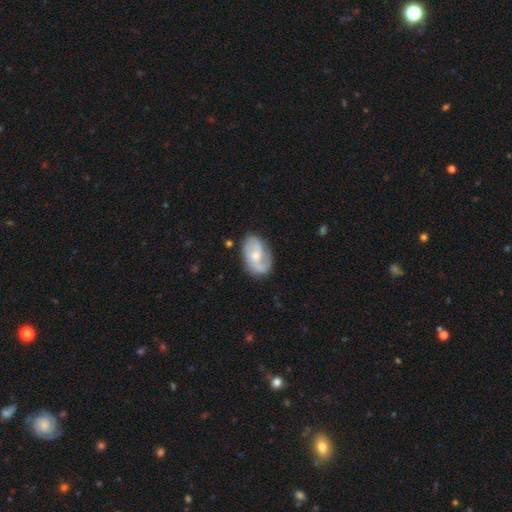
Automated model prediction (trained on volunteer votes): Morphology: type=featured or disk (67%); edge-on=no (96%); bar=no (57%); spiral arms=yes (86%); winding=medium (43%); arm count=2 (72%); bulge=moderate (51%); merging=none (69%).